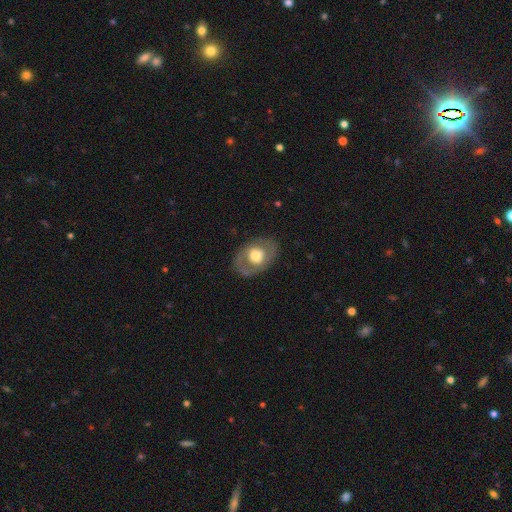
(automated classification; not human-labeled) Smooth or featured? featured or disk (53%)
Edge-on disk? no (93%)
Merging? none (77%)